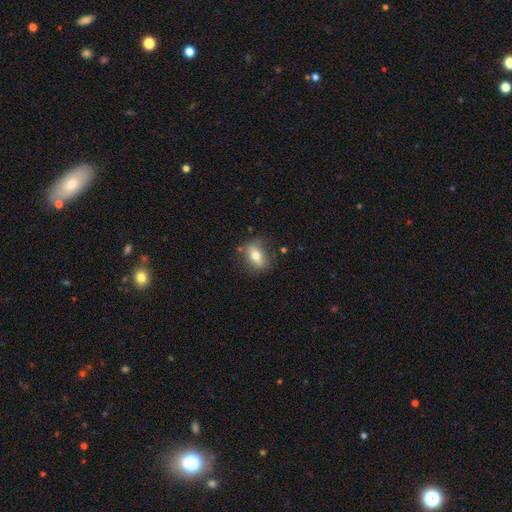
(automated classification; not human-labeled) Overall: smooth (68%). How rounded: in between (77%). Merging: none (75%).